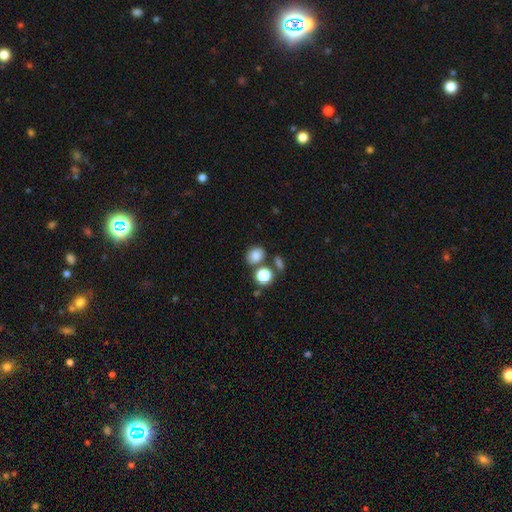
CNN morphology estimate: This appears to be a smooth galaxy with no disk features (80%) that is round (54%). Merging: none (65%).